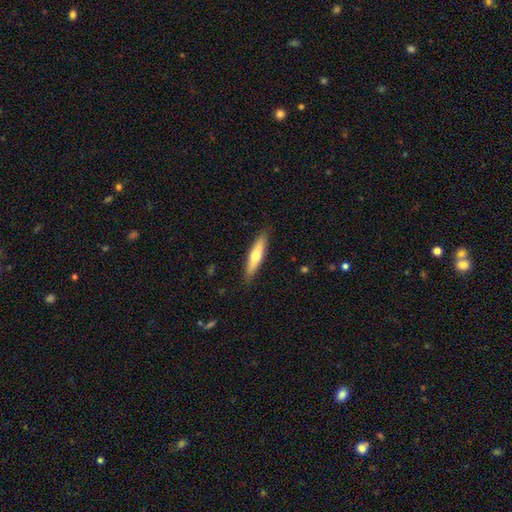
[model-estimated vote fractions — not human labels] smooth_or_featured: smooth (p=0.57) [alt: featured or disk p=0.38]
how_rounded: cigar-shaped (p=0.78) [alt: in between p=0.20]
merging: none (p=0.88) [alt: minor disturbance p=0.09]